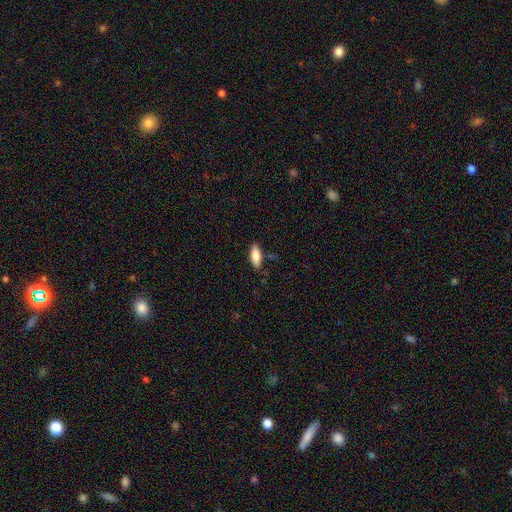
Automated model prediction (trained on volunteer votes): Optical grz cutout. It shows a smooth galaxy with no disk features (79%) that is in between round and cigar-shaped (71%). Merging: none (82%).